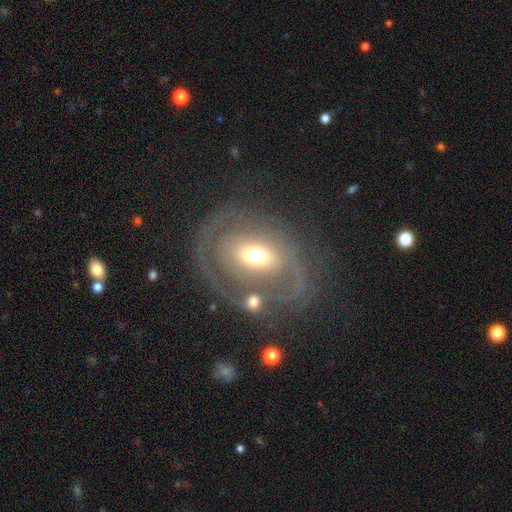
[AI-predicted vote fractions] Overall: featured or disk (72%). Edge-on disk: no (95%). Bar: no (65%). Spiral arms: yes (71%). Bulge size: moderate (61%). Merging: none (49%; major disturbance 22%).